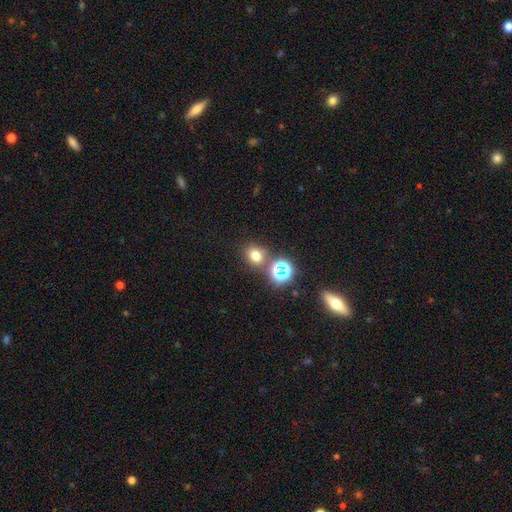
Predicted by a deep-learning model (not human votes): smooth 66%, star or artifact 25%, featured or disk 8%. Down the decision tree: how rounded — round (64%); merging — none (71%).